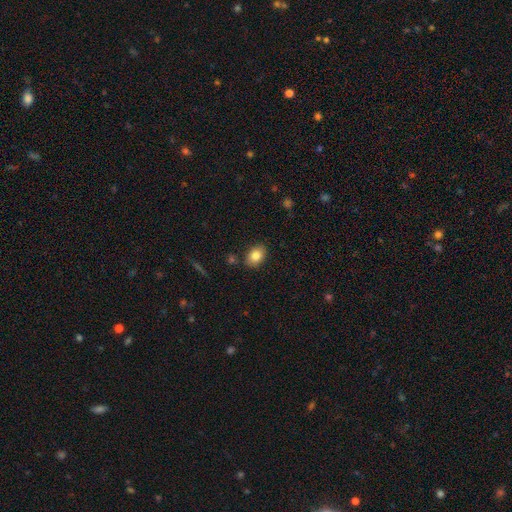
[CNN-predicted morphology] Smooth or featured?
  - smooth: 82% *
  - featured or disk: 9%
  - star or artifact: 9%
How rounded?
  - in between: 77% *
  - round: 22%
  - cigar-shaped: 1%
Merging?
  - none: 85% *
  - minor disturbance: 10%
  - merger: 3%
  - major disturbance: 2%